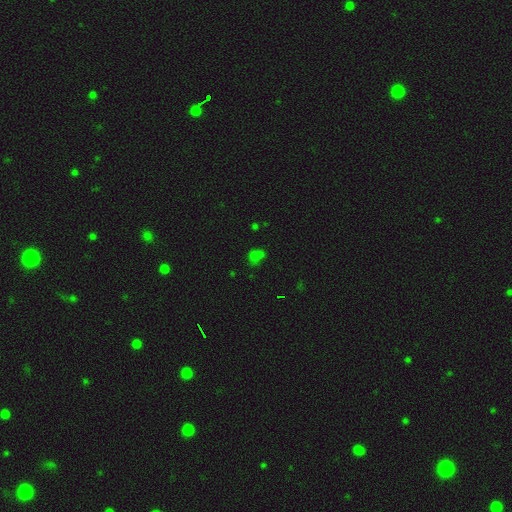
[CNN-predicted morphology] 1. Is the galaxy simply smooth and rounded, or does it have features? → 51% smooth, 38% star or artifact, 11% featured or disk.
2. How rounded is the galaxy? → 51% in between, 46% round, 3% cigar-shaped.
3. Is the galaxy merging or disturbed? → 48% none, 20% merger, 19% minor disturbance, 13% major disturbance.